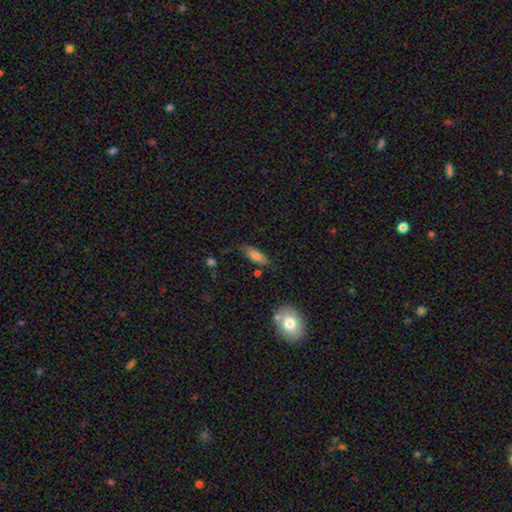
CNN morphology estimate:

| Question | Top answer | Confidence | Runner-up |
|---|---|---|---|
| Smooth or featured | smooth | 76% | featured or disk (17%) |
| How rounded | in between | 66% | cigar-shaped (31%) |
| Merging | none | 69% | minor disturbance (23%) |